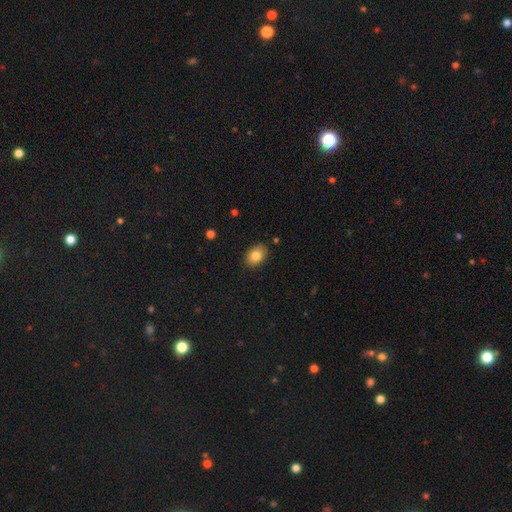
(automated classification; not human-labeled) Smooth or featured? smooth (83%)
How rounded? in between (76%)
Merging? none (88%)